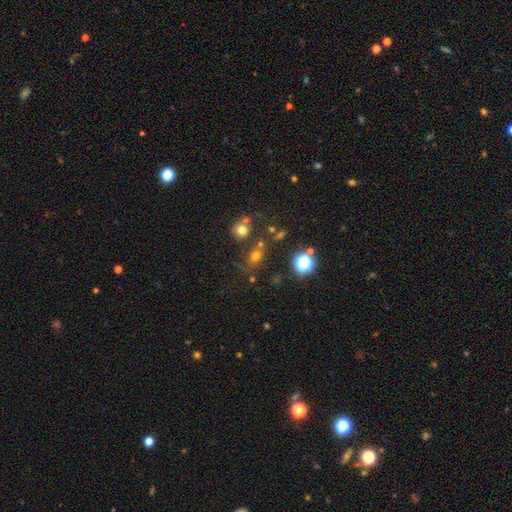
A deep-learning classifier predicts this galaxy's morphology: A smooth galaxy with no disk features (60%) that is round (66%).

Vote fractions:
- Smooth or featured? smooth: 60% / star or artifact: 29% / featured or disk: 11%
- How rounded? round: 66% / in between: 32% / cigar-shaped: 2%
- Merging? none: 61% / merger: 17% / minor disturbance: 13% / major disturbance: 8%